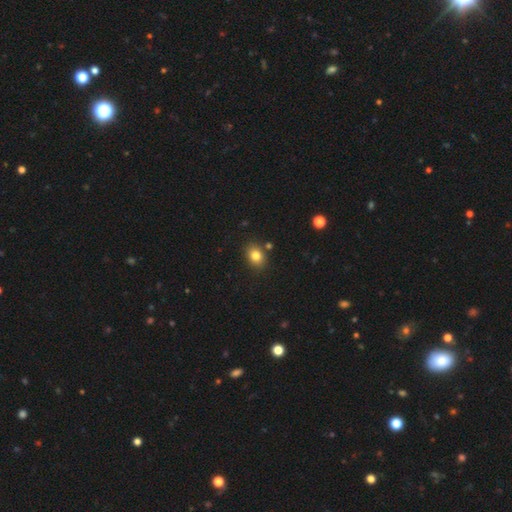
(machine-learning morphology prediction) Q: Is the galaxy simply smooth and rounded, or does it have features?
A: smooth — 81%.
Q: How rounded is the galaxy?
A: in between — 59%.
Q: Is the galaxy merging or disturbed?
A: none — 83%.